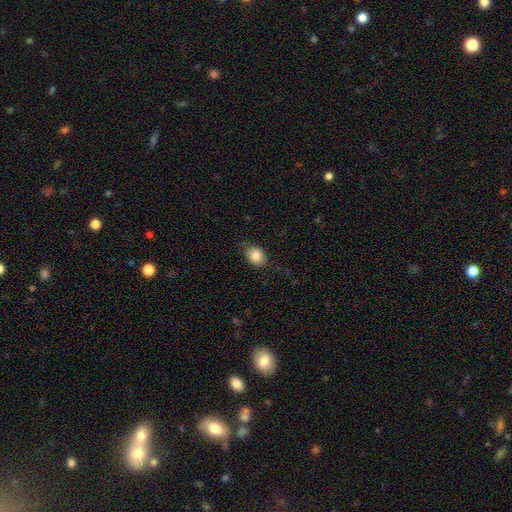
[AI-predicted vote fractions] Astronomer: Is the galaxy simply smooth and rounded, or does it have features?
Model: smooth — 81%.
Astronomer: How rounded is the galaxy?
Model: in between — 55% (runner-up: round, 43%).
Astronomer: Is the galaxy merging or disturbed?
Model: none — 67%.